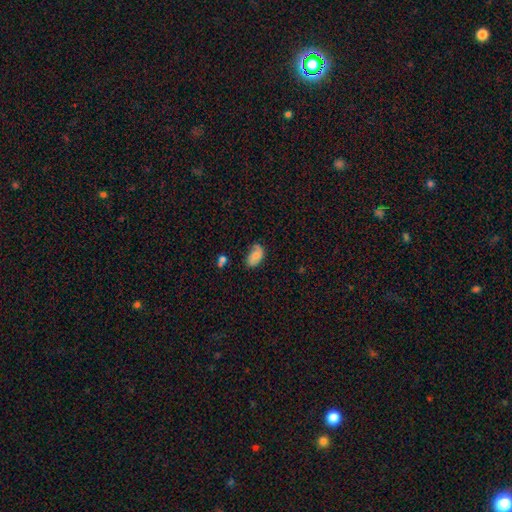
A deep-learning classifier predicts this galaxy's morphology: smooth_or_featured: smooth (p=0.65) [alt: featured or disk p=0.26]
how_rounded: in between (p=0.92) [alt: round p=0.07]
merging: none (p=0.57) [alt: minor disturbance p=0.31]